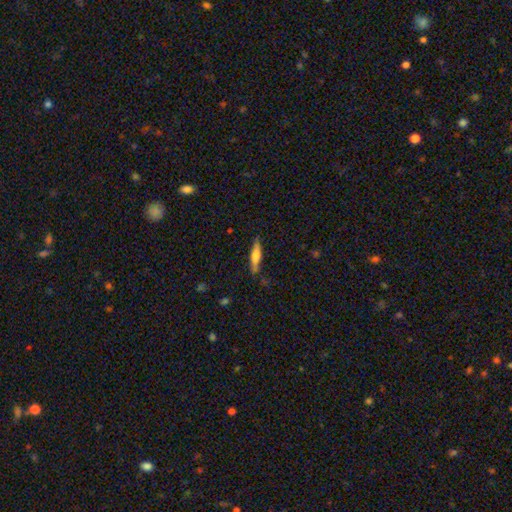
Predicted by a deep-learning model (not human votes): A smooth galaxy with no disk features (51%) that is cigar-shaped (78%). Merging: none (84%).